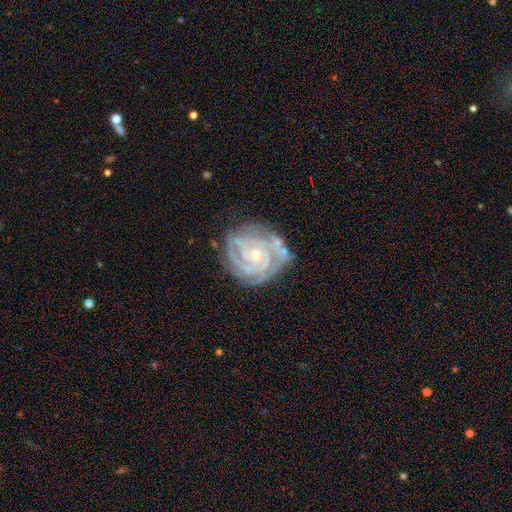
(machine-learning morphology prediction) Smooth or featured: featured or disk — 90% (smooth — 5%)
Edge-on disk: no — 98% (yes — 2%)
Bar: no — 67% (weak — 25%)
Spiral arms: yes — 98% (no — 2%)
Spiral winding: tight — 80% (medium — 18%)
Spiral arm count: 3 — 33% (2 — 26%)
Bulge size: small — 66% (moderate — 30%)
Merging: none — 70% (minor disturbance — 20%)